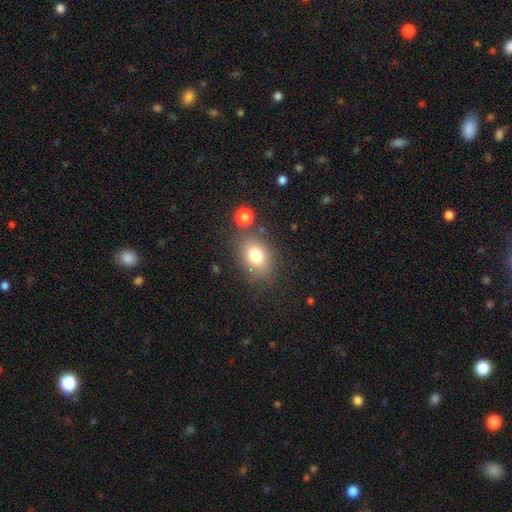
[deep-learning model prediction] Smooth or featured?
  - smooth: 79% *
  - star or artifact: 11%
  - featured or disk: 10%
How rounded?
  - in between: 66% *
  - round: 33%
  - cigar-shaped: 1%
Merging?
  - none: 76% *
  - minor disturbance: 13%
  - merger: 7%
  - major disturbance: 5%